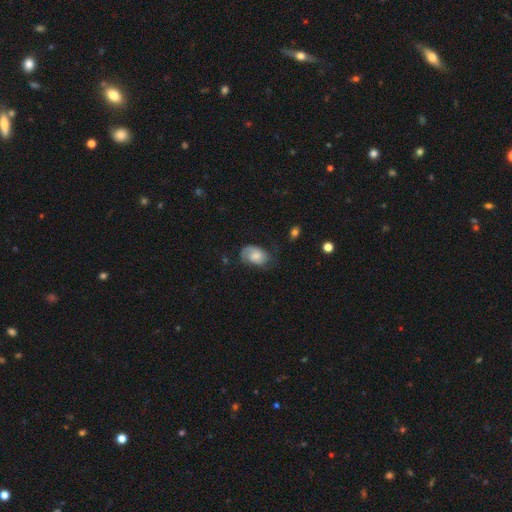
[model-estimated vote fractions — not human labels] A featured or disk galaxy (58%) with no bar (55%), 2 (52%) medium (41%) spiral arms (90%) and a moderate central bulge (38%).

Vote fractions:
- Smooth or featured? featured or disk: 58% / smooth: 34% / star or artifact: 7%
- Edge-on disk? no: 97% / yes: 3%
- Bar? no: 55% / weak: 38% / strong: 7%
- Spiral arms? yes: 90% / no: 10%
- Spiral winding? medium: 41% / tight: 38% / loose: 21%
- Spiral arm count? 2: 52% / 1: 34% / can't tell: 11% / 3: 2% / 4: 1% / more than 4: 1%
- Bulge size? moderate: 38% / small: 33% / none: 15% / large: 11% / dominant: 2%
- Merging? none: 57% / minor disturbance: 25% / major disturbance: 15% / merger: 2%